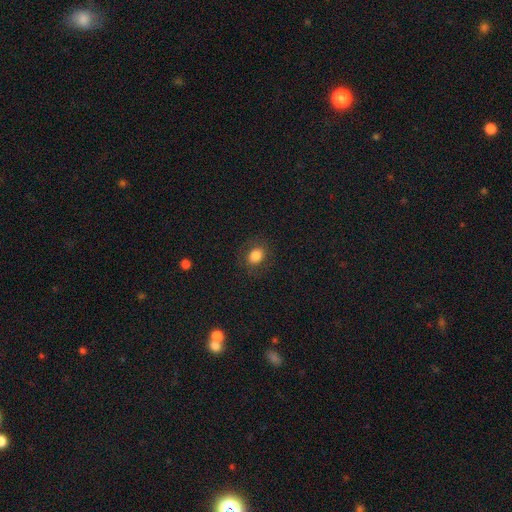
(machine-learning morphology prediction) Q: Smooth or featured?
A: smooth (80%); runner-up: star or artifact (10%)
Q: How rounded?
A: in between (51%); runner-up: round (48%)
Q: Merging?
A: none (84%); runner-up: minor disturbance (11%)